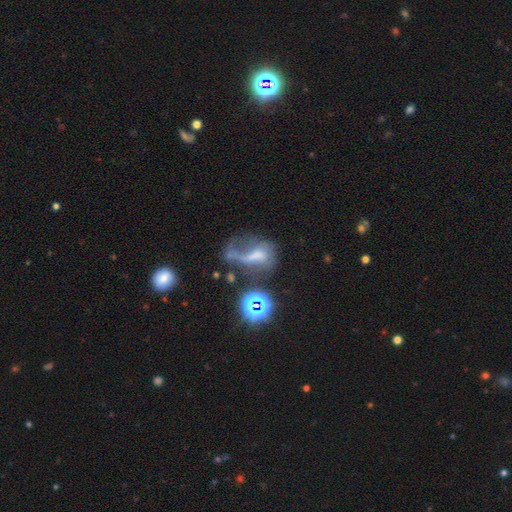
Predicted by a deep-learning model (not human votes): This appears to be a featured or disk galaxy (47%). Merging: major disturbance (46%).